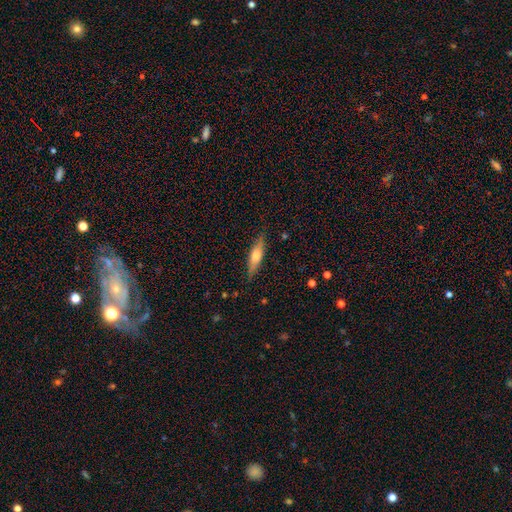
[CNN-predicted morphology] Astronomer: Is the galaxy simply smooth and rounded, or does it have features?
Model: smooth — 51% (runner-up: featured or disk, 42%).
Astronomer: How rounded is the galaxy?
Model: cigar-shaped — 69%.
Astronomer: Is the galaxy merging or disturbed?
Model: none — 85%.